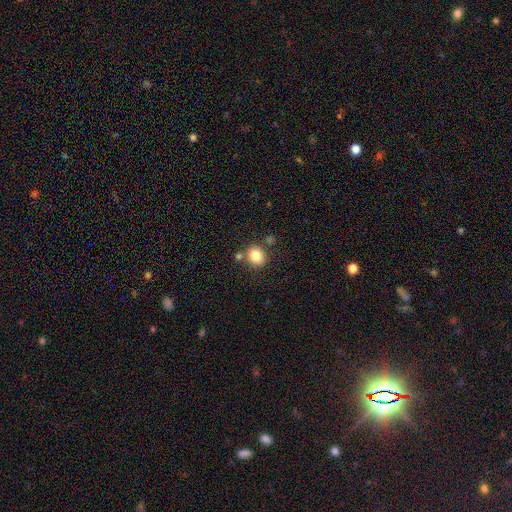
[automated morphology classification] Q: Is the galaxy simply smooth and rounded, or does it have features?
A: smooth — 83%.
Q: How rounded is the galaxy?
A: round — 68%.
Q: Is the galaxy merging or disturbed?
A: none — 73%.